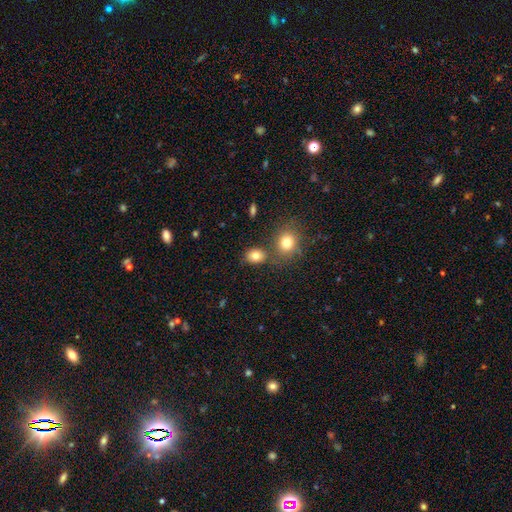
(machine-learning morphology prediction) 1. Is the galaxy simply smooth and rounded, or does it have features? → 80% smooth, 12% star or artifact, 8% featured or disk.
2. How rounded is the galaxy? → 59% in between, 40% round, 1% cigar-shaped.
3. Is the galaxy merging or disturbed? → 71% none, 15% merger, 11% minor disturbance, 3% major disturbance.